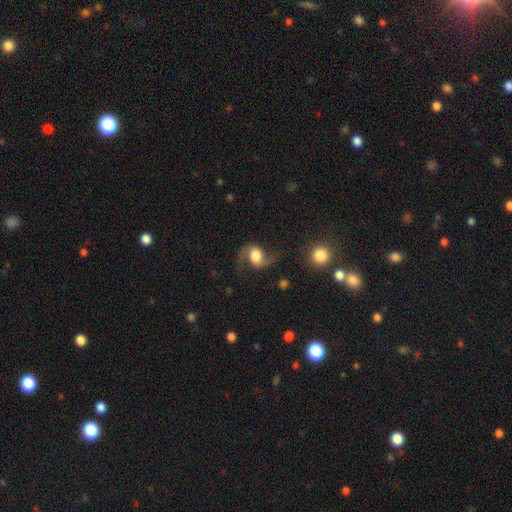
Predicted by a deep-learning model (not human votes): Smooth or featured?
  - featured or disk: 78% *
  - smooth: 15%
  - star or artifact: 7%
Edge-on disk?
  - no: 97% *
  - yes: 3%
Bar?
  - no: 53% *
  - weak: 34%
  - strong: 13%
Spiral arms?
  - yes: 96% *
  - no: 4%
Spiral winding?
  - loose: 72% *
  - medium: 24%
  - tight: 4%
Spiral arm count?
  - 2: 93% *
  - 1: 2%
  - can't tell: 2%
  - 3: 1%
  - 4: 1%
  - more than 4: 1%
Bulge size?
  - large: 49% *
  - moderate: 30%
  - dominant: 12%
  - small: 6%
  - none: 3%
Merging?
  - none: 70% *
  - minor disturbance: 16%
  - major disturbance: 12%
  - merger: 2%